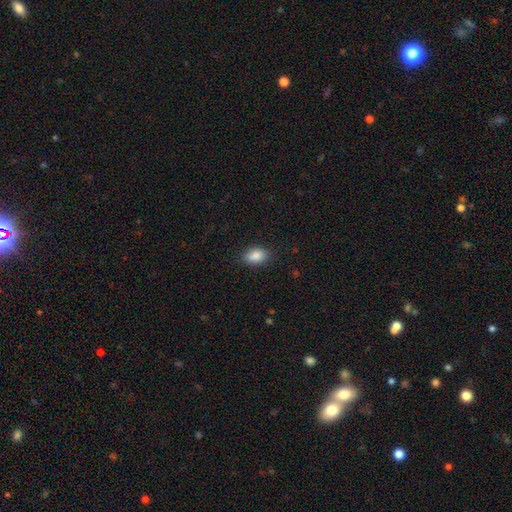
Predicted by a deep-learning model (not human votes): smooth 87%, star or artifact 8%, featured or disk 6%. Down the decision tree: how rounded — in between (87%); merging — none (85%).